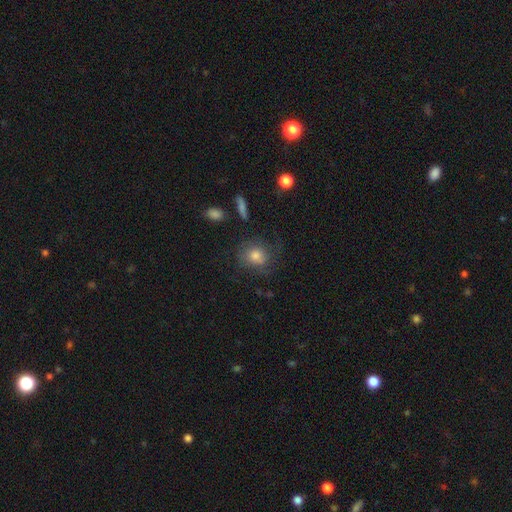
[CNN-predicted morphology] Overall: smooth (65%). How rounded: round (80%). Merging: none (64%).